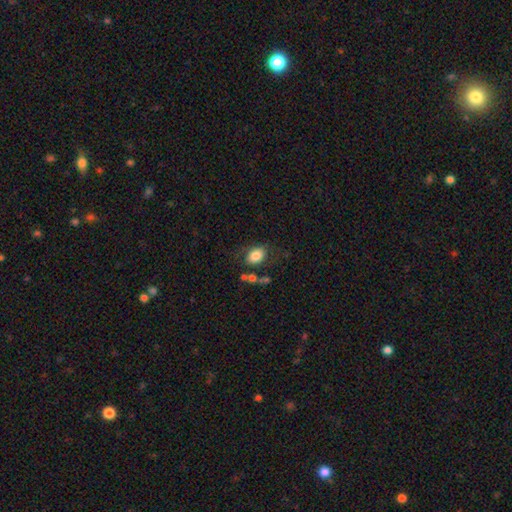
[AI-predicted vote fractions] smooth-or-featured: smooth: 80% | featured or disk: 12% | star or artifact: 8%
  how-rounded: in between: 81% | round: 18% | cigar-shaped: 1%
  merging: none: 65% | minor disturbance: 17% | merger: 9% | major disturbance: 9%